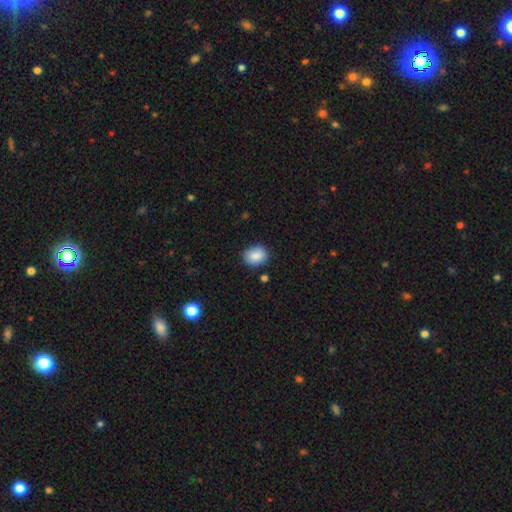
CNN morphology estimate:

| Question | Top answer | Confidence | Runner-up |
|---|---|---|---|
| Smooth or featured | smooth | 87% | star or artifact (8%) |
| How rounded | in between | 50% | round (49%) |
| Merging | none | 81% | minor disturbance (14%) |